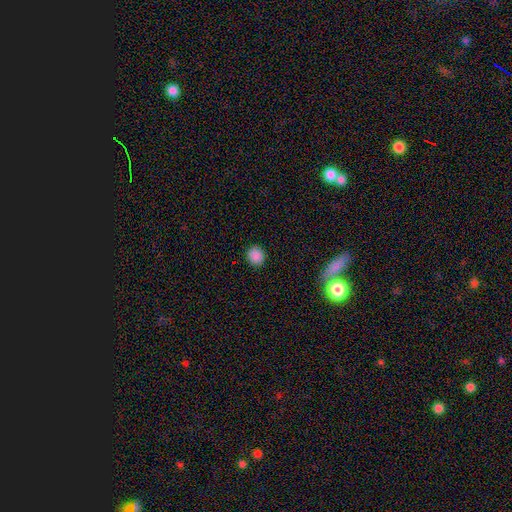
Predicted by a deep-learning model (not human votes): Smooth or featured? Predicted: smooth (p=0.87). How rounded? Predicted: round (p=0.77). Merging? Predicted: none (p=0.90).